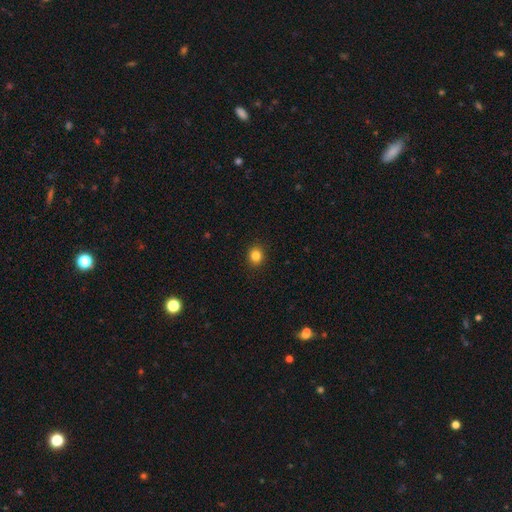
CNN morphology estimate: A smooth galaxy with no disk features (84%) that is round (79%).

Vote fractions:
- Smooth or featured? smooth: 84% / star or artifact: 12% / featured or disk: 5%
- How rounded? round: 79% / in between: 20% / cigar-shaped: 1%
- Merging? none: 92% / minor disturbance: 5% / major disturbance: 2% / merger: 1%